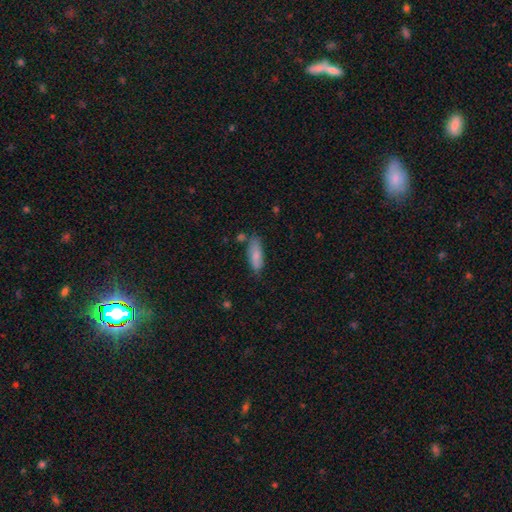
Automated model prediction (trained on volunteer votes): Smooth or featured: smooth — 82% (featured or disk — 12%)
How rounded: in between — 69% (cigar-shaped — 29%)
Merging: none — 67% (minor disturbance — 22%)